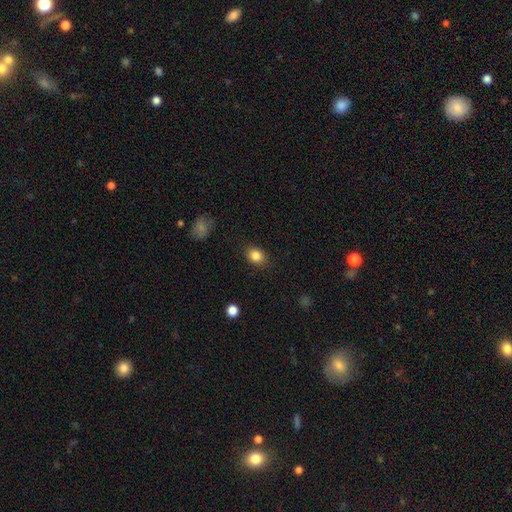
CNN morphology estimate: Smooth or featured? Predicted: smooth (p=0.85). How rounded? Predicted: in between (p=0.56). Merging? Predicted: none (p=0.85).